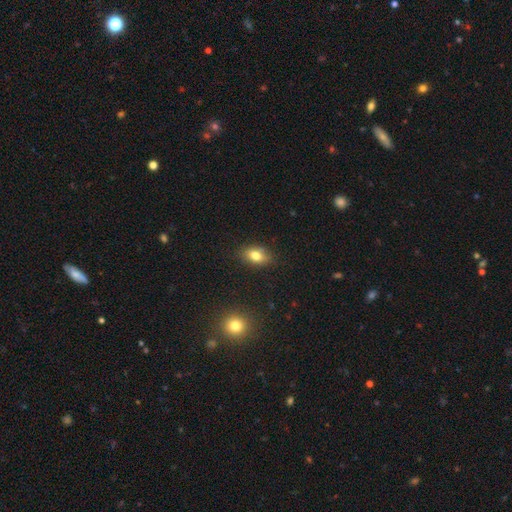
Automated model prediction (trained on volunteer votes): Overall: smooth (79%). How rounded: in between (83%). Merging: none (84%).